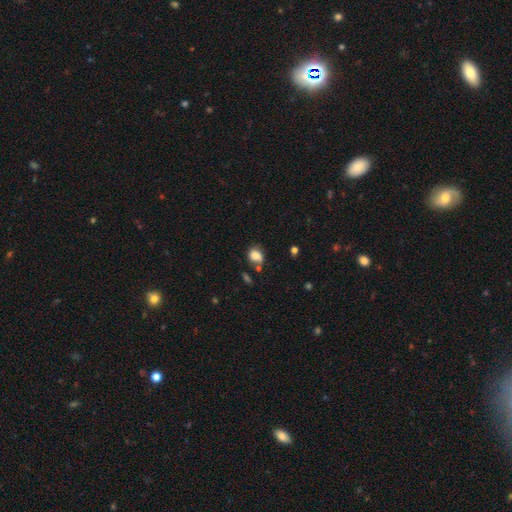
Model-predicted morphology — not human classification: Smooth or featured? Predicted: smooth (p=0.81). How rounded? Predicted: round (p=0.54). Merging? Predicted: none (p=0.53).